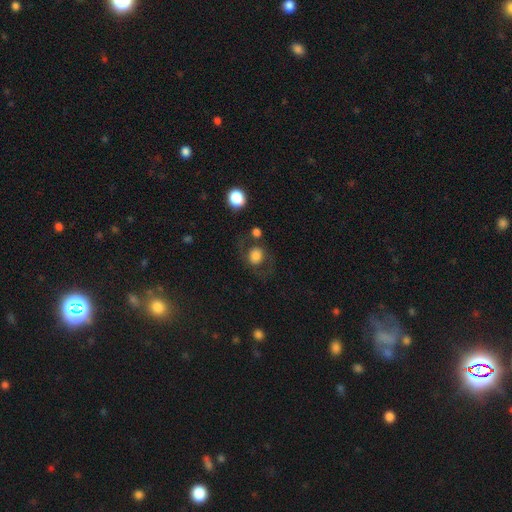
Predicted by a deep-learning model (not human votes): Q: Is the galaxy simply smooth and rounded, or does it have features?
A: smooth — 71%.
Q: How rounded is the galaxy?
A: round — 74%.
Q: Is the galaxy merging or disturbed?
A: none — 63%.